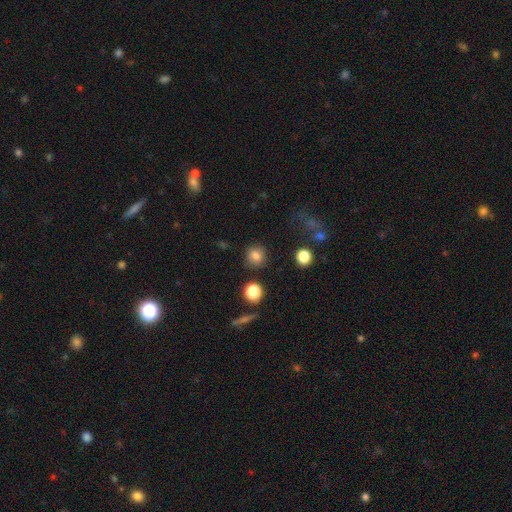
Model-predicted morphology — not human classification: Q: Smooth or featured?
A: smooth (82%); runner-up: star or artifact (12%)
Q: How rounded?
A: round (88%); runner-up: in between (10%)
Q: Merging?
A: none (85%); runner-up: minor disturbance (9%)